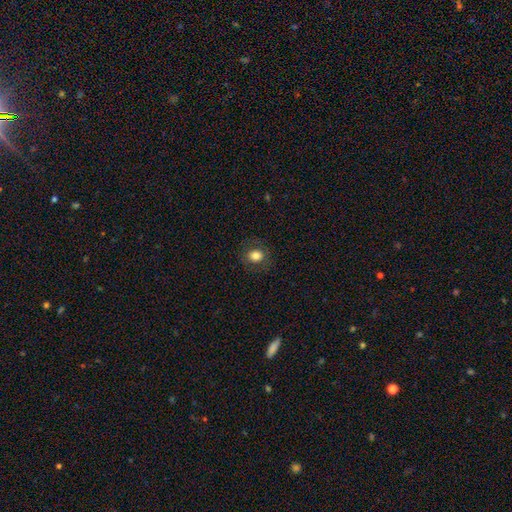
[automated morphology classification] The model was most divided on "how rounded": round: 67%, in between: 32%, cigar-shaped: 1%. More confident: merging — none (85%); smooth or featured — smooth (79%).